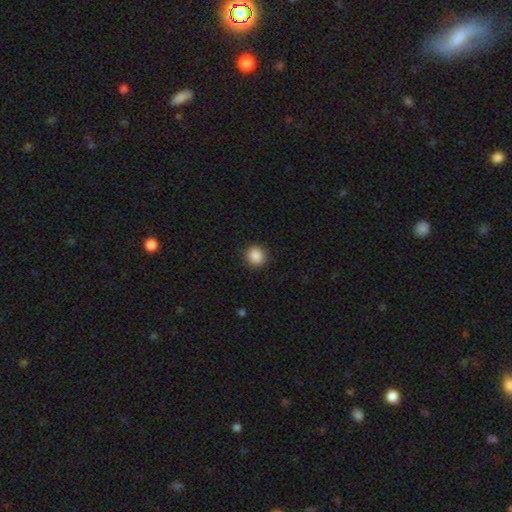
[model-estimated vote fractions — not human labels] This is clearly a smooth galaxy (88%). How rounded: clearly round (86%). Merging: clearly none (90%).